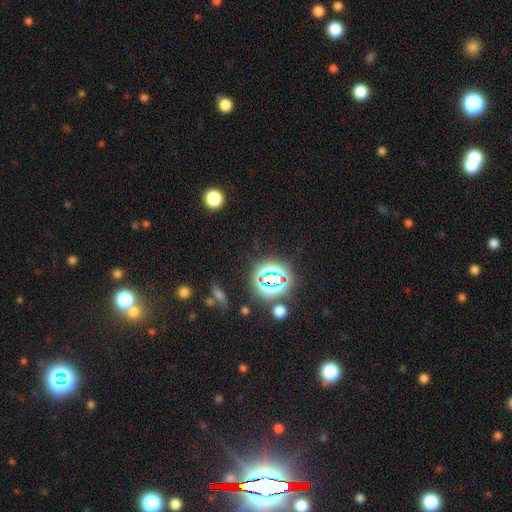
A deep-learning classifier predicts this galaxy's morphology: A star or artifact, not a galaxy (80%).

Vote fractions:
- Smooth or featured? star or artifact: 80% / smooth: 13% / featured or disk: 7%